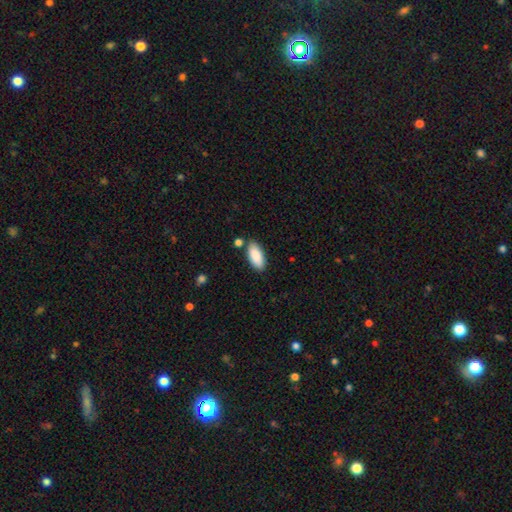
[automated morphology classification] The model was most divided on "merging": none: 79%, minor disturbance: 12%, merger: 6%, major disturbance: 3%. More confident: how rounded — in between (89%); smooth or featured — smooth (89%).